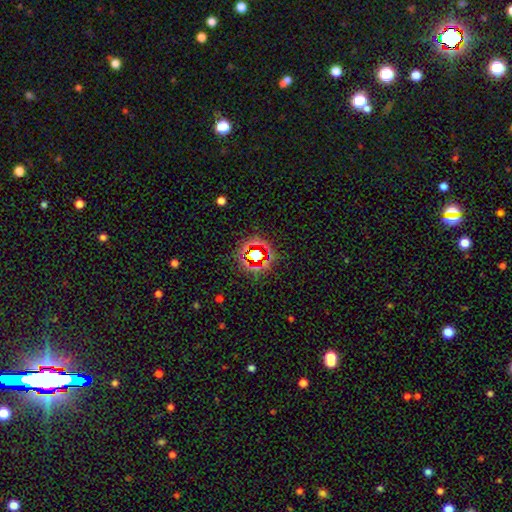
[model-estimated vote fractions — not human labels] This appears to be a star or artifact, not a galaxy (67%).